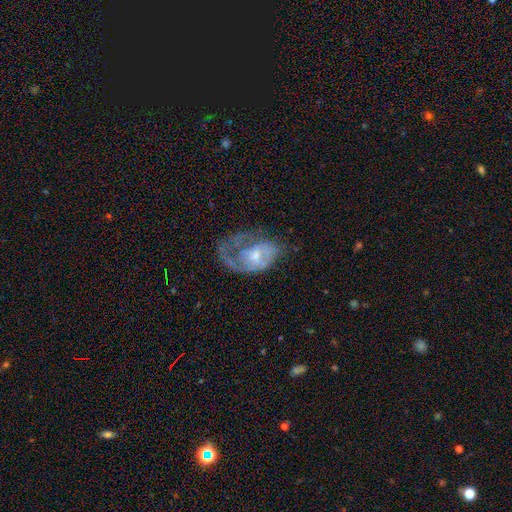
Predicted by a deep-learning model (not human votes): Smooth or featured: featured or disk — 69% (smooth — 24%)
Edge-on disk: no — 97% (yes — 3%)
Bar: no — 63% (weak — 32%)
Spiral arms: yes — 69% (no — 31%)
Bulge size: small — 48% (moderate — 40%)
Merging: major disturbance — 48% (none — 28%)